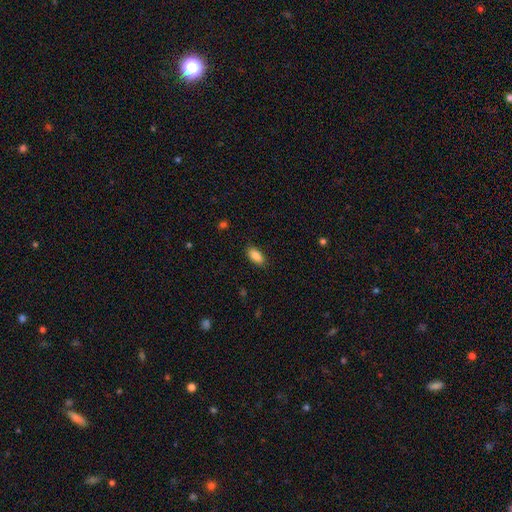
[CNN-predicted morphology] Q: Smooth or featured?
A: smooth (87%); runner-up: star or artifact (7%)
Q: How rounded?
A: in between (91%); runner-up: cigar-shaped (6%)
Q: Merging?
A: none (87%); runner-up: minor disturbance (10%)